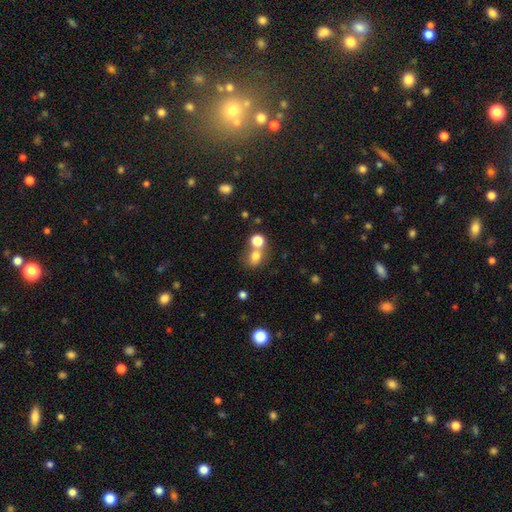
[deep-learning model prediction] Smooth or featured? smooth (76%)
How rounded? round (59%)
Merging? none (46%)